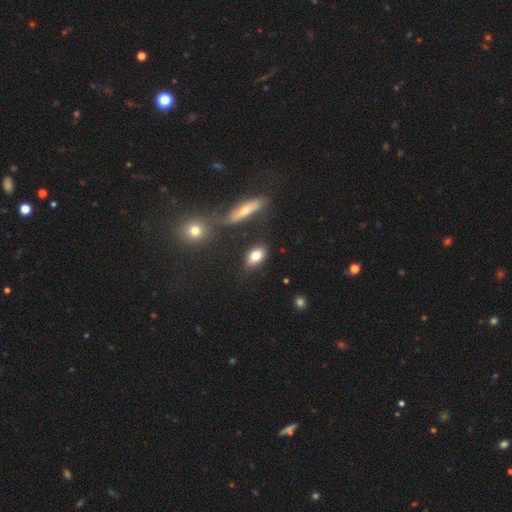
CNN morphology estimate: Smooth or featured: smooth — 80% (featured or disk — 12%)
How rounded: in between — 84% (round — 12%)
Merging: none — 77% (minor disturbance — 13%)